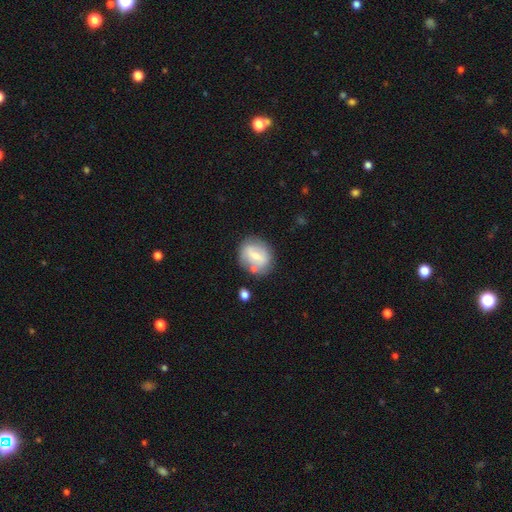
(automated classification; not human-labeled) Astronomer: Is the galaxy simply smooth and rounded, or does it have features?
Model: smooth — 48% (runner-up: featured or disk, 45%).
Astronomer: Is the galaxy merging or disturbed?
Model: none — 68%.